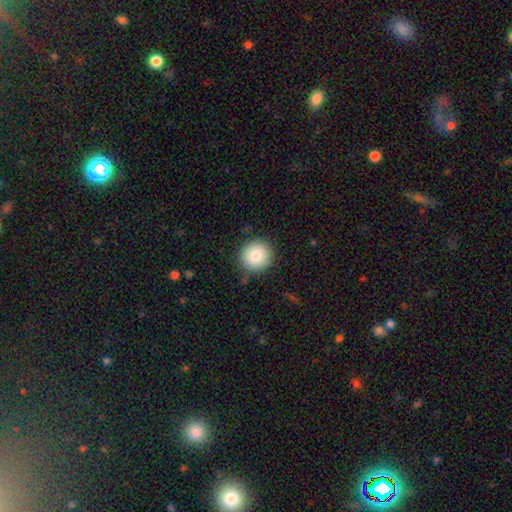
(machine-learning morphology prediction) The model was most divided on "smooth or featured": smooth: 85%, star or artifact: 8%, featured or disk: 7%. More confident: how rounded — round (91%); merging — none (88%).